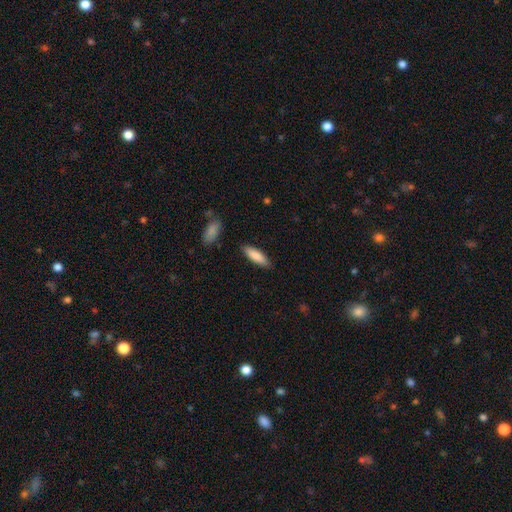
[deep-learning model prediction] Smooth or featured? Predicted: smooth (p=0.84). How rounded? Predicted: cigar-shaped (p=0.53). Merging? Predicted: none (p=0.86).